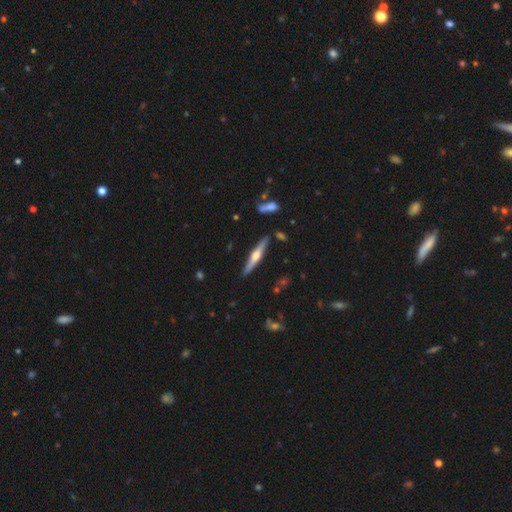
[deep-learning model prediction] Morphology: type=featured or disk (64%); edge-on=yes (97%); edge-on bulge=rounded (91%); merging=none (88%).